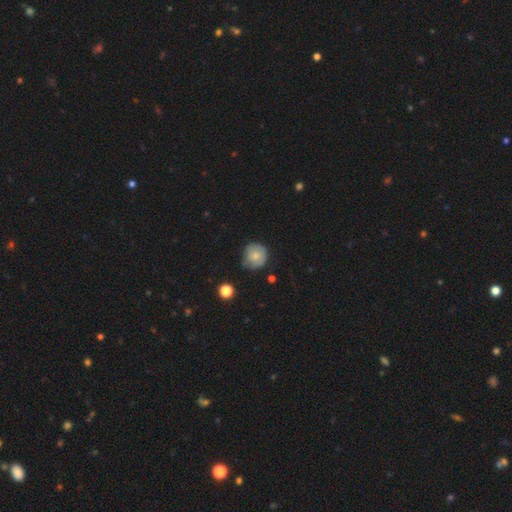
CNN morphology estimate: smooth 70%, featured or disk 22%, star or artifact 8%. Down the decision tree: how rounded — round (88%); merging — none (60%).